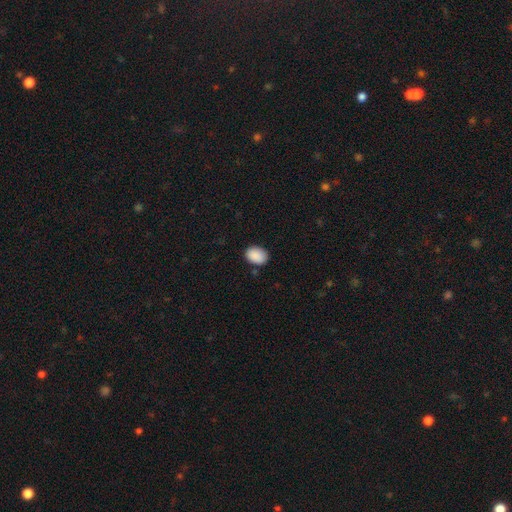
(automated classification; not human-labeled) A smooth galaxy with no disk features (90%) that is in between round and cigar-shaped (77%).

Vote fractions:
- Smooth or featured? smooth: 90% / star or artifact: 7% / featured or disk: 3%
- How rounded? in between: 77% / round: 22% / cigar-shaped: 1%
- Merging? none: 83% / minor disturbance: 12% / major disturbance: 3% / merger: 2%